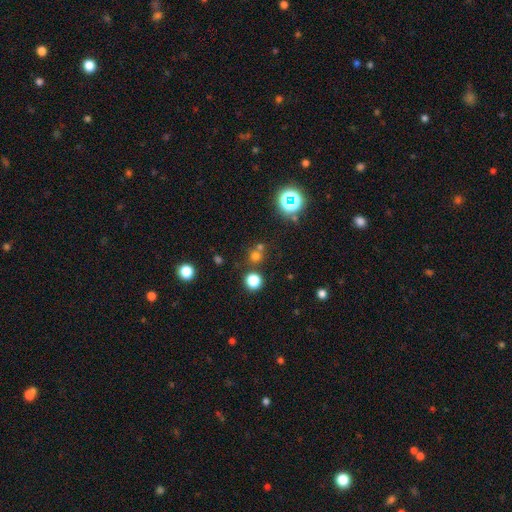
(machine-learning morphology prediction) smooth_or_featured: smooth (p=0.62) [alt: star or artifact p=0.30]
how_rounded: round (p=0.90) [alt: in between p=0.09]
merging: none (p=0.65) [alt: merger p=0.24]